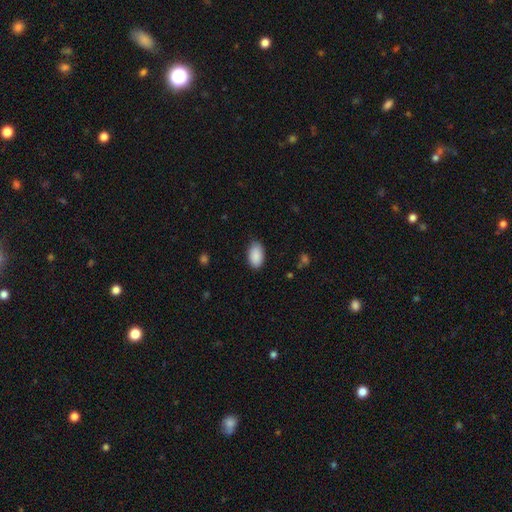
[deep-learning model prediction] Smooth or featured? Predicted: smooth (p=0.91). How rounded? Predicted: in between (p=0.94). Merging? Predicted: none (p=0.85).